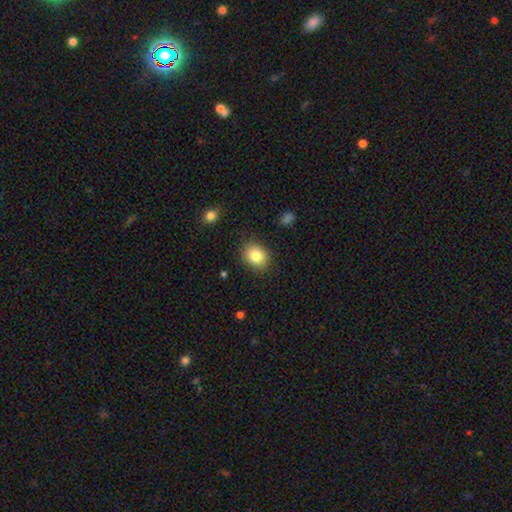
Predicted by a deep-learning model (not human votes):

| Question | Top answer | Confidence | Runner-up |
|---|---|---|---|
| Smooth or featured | smooth | 83% | star or artifact (9%) |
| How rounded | round | 56% | in between (44%) |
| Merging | none | 86% | minor disturbance (11%) |